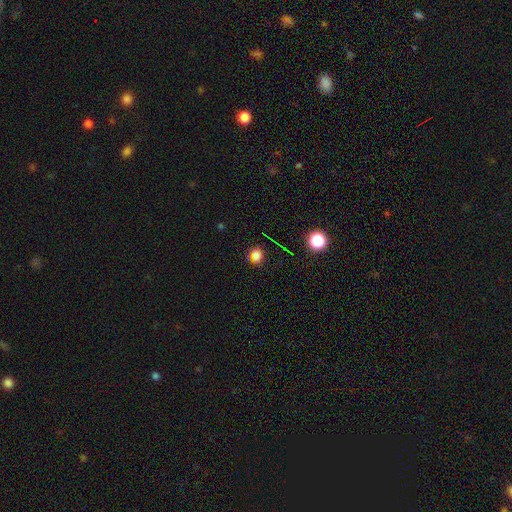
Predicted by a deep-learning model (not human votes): Q: Smooth or featured?
A: smooth (68%); runner-up: star or artifact (26%)
Q: How rounded?
A: round (71%); runner-up: in between (27%)
Q: Merging?
A: none (79%); runner-up: minor disturbance (13%)